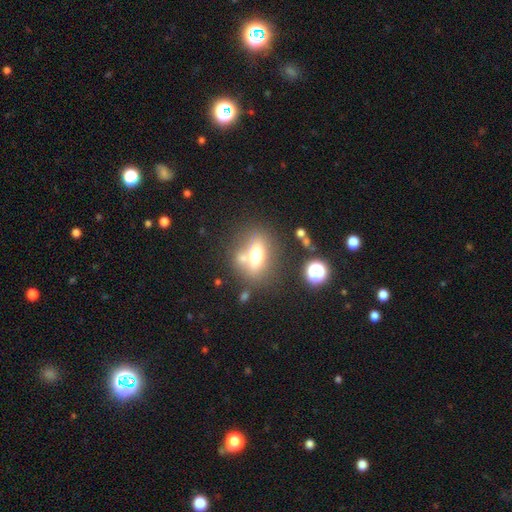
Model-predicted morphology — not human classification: Q: Smooth or featured?
A: smooth (61%); runner-up: featured or disk (26%)
Q: How rounded?
A: in between (68%); runner-up: round (22%)
Q: Merging?
A: none (58%); runner-up: merger (20%)